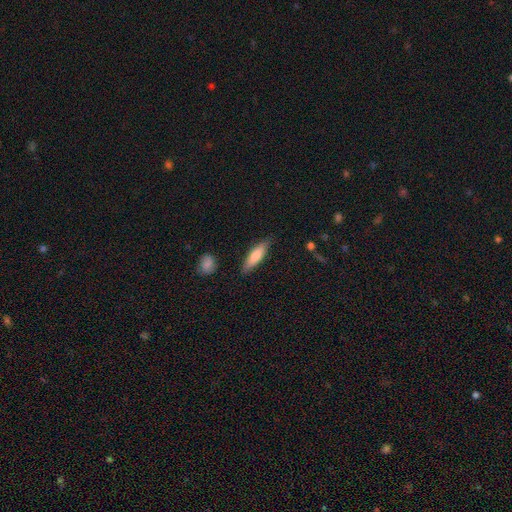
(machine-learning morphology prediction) This is likely a smooth galaxy (73%). How rounded: likely cigar-shaped (65%). Merging: clearly none (83%).